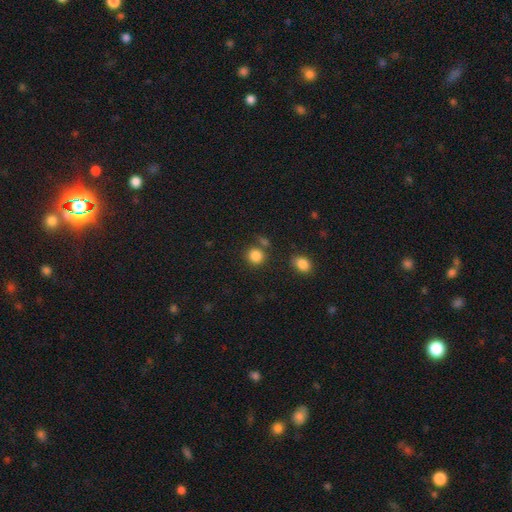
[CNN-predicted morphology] Smooth or featured? Predicted: smooth (p=0.86). How rounded? Predicted: round (p=0.86). Merging? Predicted: none (p=0.77).